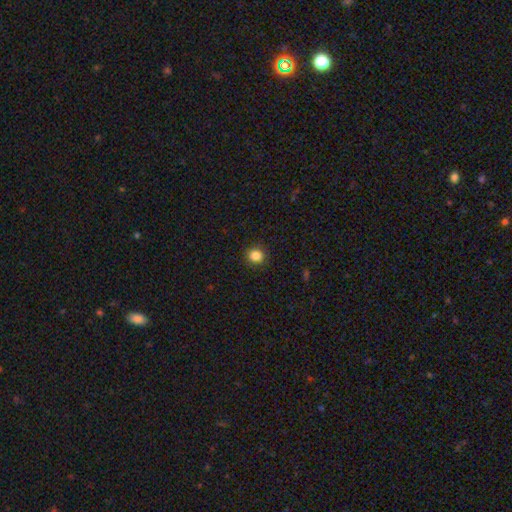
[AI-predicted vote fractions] Morphology: type=smooth (85%); roundness=round (87%); merging=none (91%).